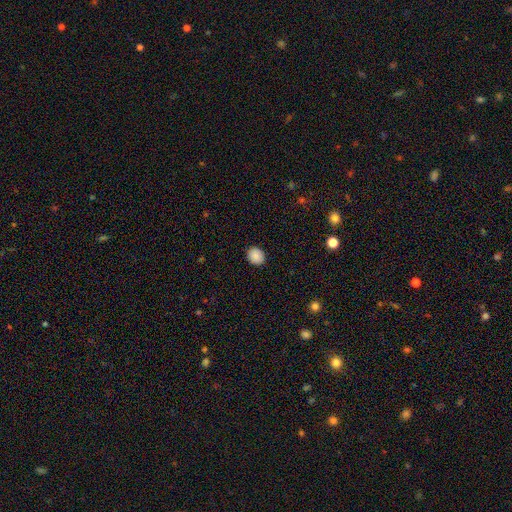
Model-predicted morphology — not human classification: Smooth or featured? Predicted: smooth (p=0.88). How rounded? Predicted: round (p=0.60). Merging? Predicted: none (p=0.90).